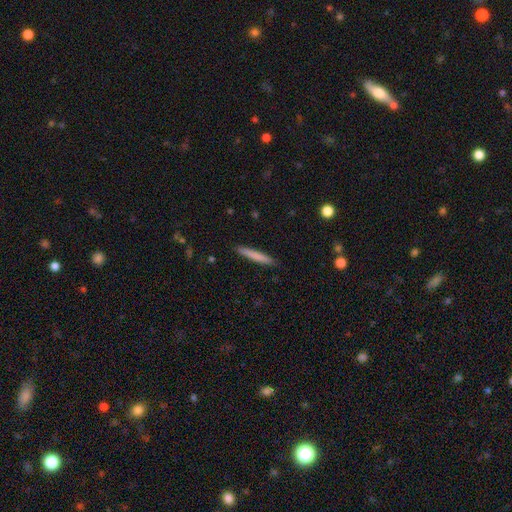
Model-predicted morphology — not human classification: Smooth or featured?
  - smooth: 77% *
  - featured or disk: 18%
  - star or artifact: 5%
How rounded?
  - cigar-shaped: 96% *
  - in between: 3%
  - round: 1%
Merging?
  - none: 91% *
  - minor disturbance: 7%
  - major disturbance: 1%
  - merger: 1%